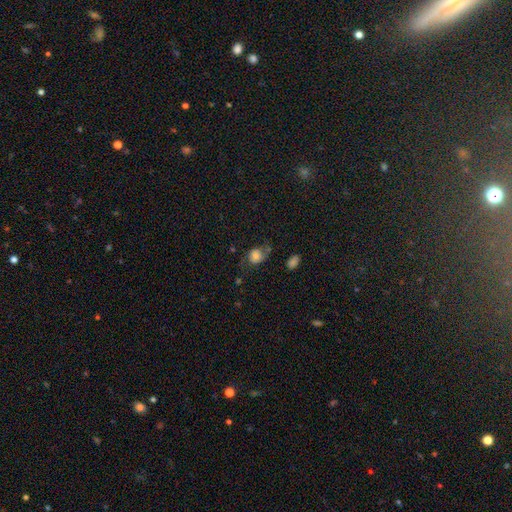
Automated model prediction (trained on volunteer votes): A smooth galaxy with no disk features (70%) that is round (58%).

Vote fractions:
- Smooth or featured? smooth: 70% / featured or disk: 20% / star or artifact: 11%
- How rounded? round: 58% / in between: 41% / cigar-shaped: 1%
- Merging? none: 49% / minor disturbance: 28% / major disturbance: 18% / merger: 5%